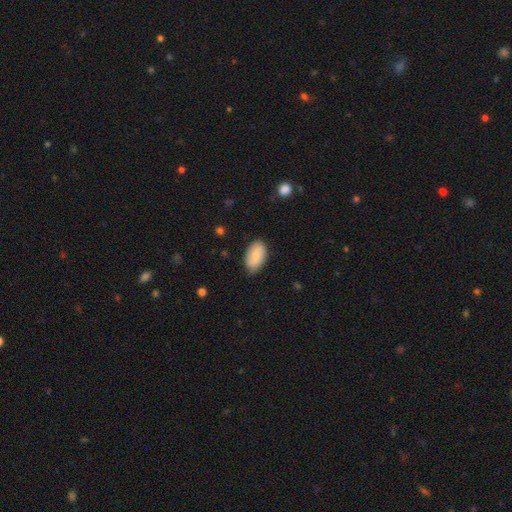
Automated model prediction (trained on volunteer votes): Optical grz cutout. It shows a smooth galaxy with no disk features (78%) that is in between round and cigar-shaped (94%). Merging: none (77%).